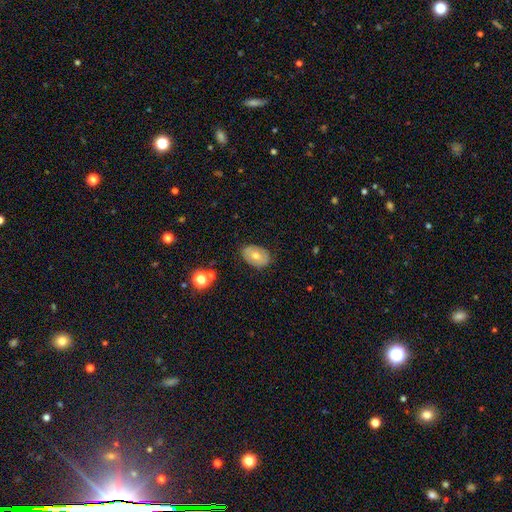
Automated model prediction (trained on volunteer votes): Morphology: type=smooth (56%); roundness=in between (81%); merging=none (83%).